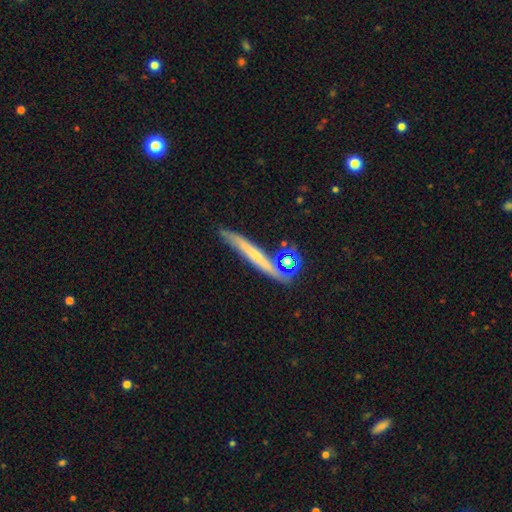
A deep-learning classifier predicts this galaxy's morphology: Smooth or featured? smooth (46%)
Merging? none (70%)